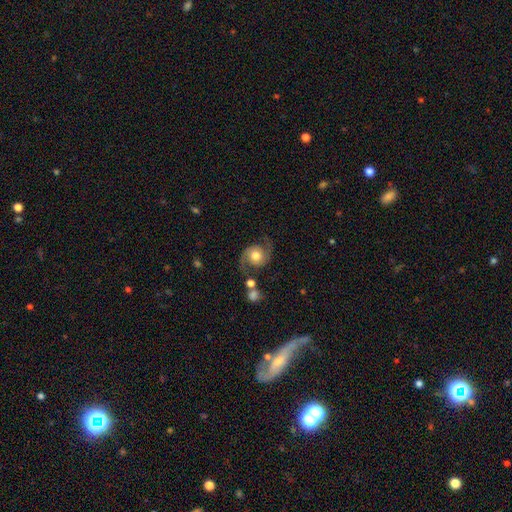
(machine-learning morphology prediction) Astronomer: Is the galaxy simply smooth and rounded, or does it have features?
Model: featured or disk — 78%.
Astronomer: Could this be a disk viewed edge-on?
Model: no — 98%.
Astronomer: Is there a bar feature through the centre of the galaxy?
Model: no — 77%.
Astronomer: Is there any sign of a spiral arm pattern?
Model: yes — 95%.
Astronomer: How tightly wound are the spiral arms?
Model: medium — 46% (runner-up: loose, 41%).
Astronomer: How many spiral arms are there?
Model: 2 — 93%.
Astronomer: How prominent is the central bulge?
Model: moderate — 68%.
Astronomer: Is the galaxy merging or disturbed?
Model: none — 72%.